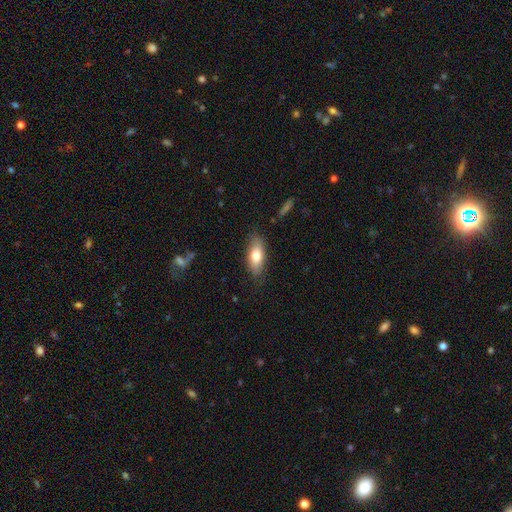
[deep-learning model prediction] smooth-or-featured: smooth: 73% | featured or disk: 20% | star or artifact: 7%
  how-rounded: in between: 79% | cigar-shaped: 18% | round: 3%
  merging: none: 81% | minor disturbance: 15% | major disturbance: 3% | merger: 2%